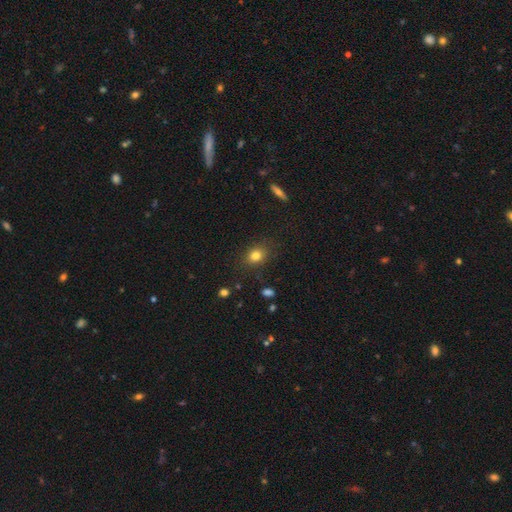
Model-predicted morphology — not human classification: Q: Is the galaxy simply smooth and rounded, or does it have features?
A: smooth — 81%.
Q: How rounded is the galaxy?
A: round — 53%.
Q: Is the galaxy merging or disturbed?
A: none — 83%.